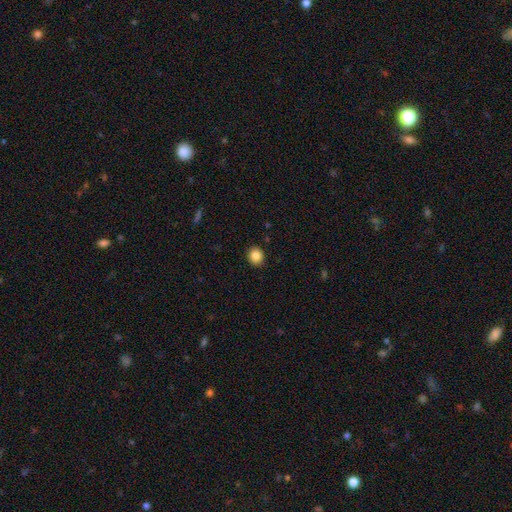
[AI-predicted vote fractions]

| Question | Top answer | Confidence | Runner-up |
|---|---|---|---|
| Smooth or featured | smooth | 85% | star or artifact (10%) |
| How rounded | round | 79% | in between (20%) |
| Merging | none | 91% | minor disturbance (7%) |